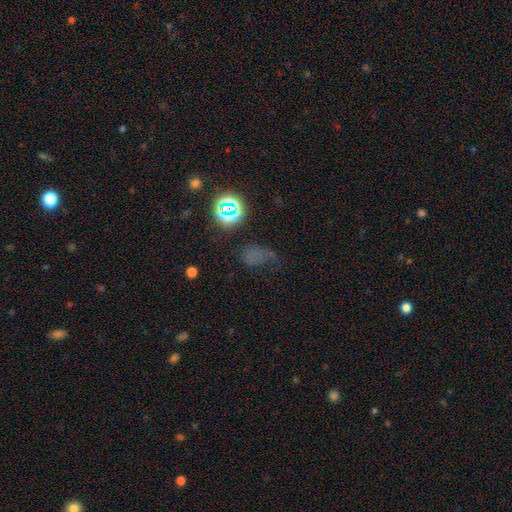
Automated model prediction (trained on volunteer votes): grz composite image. It shows a smooth galaxy with no disk features (47%). Merging: none (42%).